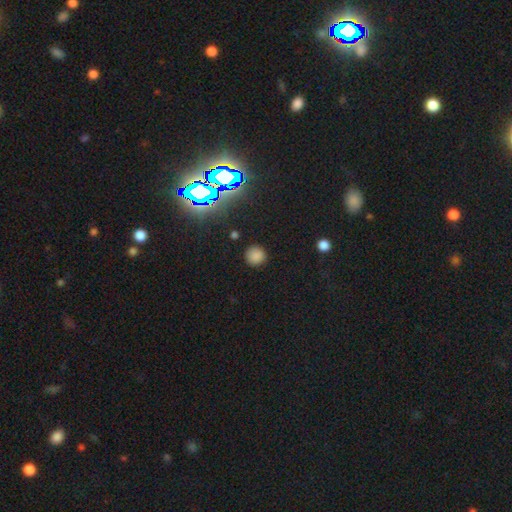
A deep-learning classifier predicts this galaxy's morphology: A smooth galaxy with no disk features (77%) that is round (94%).

Vote fractions:
- Smooth or featured? smooth: 77% / star or artifact: 19% / featured or disk: 5%
- How rounded? round: 94% / in between: 5% / cigar-shaped: 1%
- Merging? none: 89% / minor disturbance: 7% / major disturbance: 2% / merger: 1%